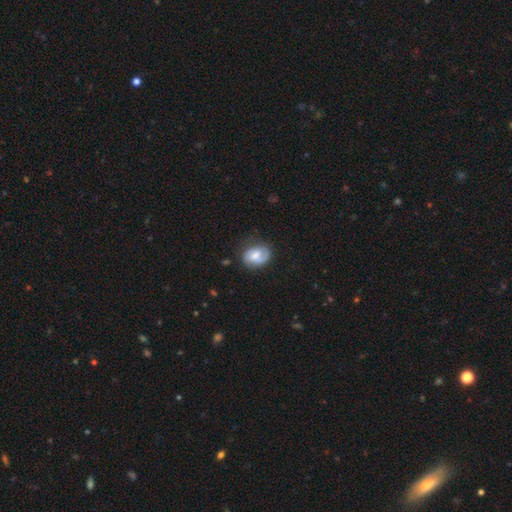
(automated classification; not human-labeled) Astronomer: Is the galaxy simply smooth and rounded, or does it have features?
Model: featured or disk — 52% (runner-up: smooth, 41%).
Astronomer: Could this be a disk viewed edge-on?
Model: no — 97%.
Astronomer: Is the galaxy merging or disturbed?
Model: none — 66%.